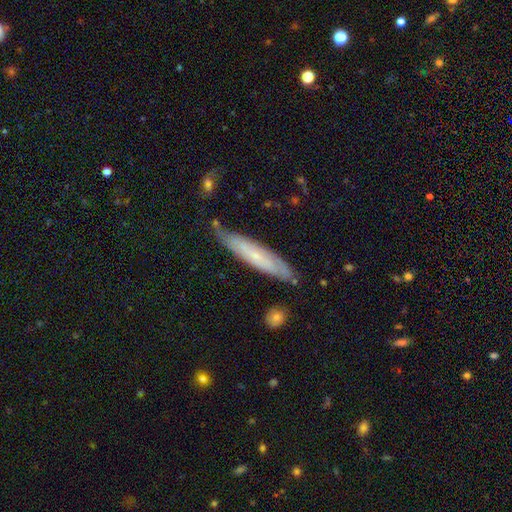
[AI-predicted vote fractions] Smooth or featured? featured or disk (53%)
Edge-on disk? yes (55%)
Merging? none (77%)